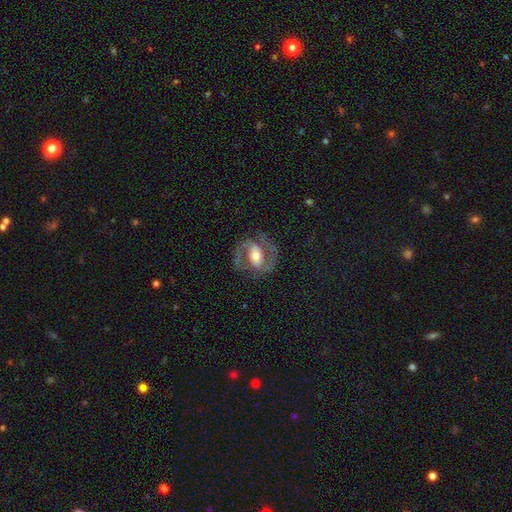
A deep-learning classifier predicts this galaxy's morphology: type=featured or disk (82%); edge-on=no (96%); bar=strong (38%); spiral arms=yes (91%); winding=medium (58%); arm count=2 (91%); bulge=moderate (65%); merging=none (74%).